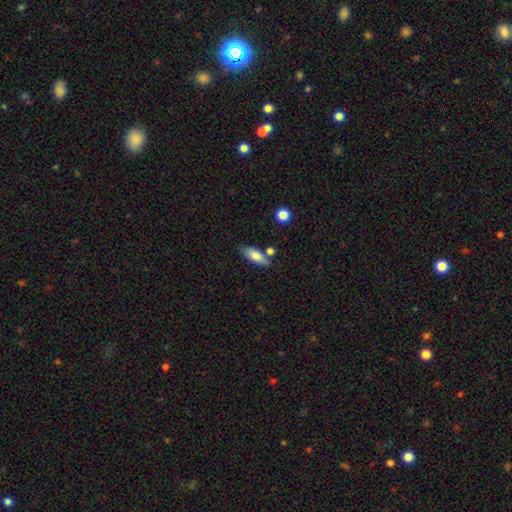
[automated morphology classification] smooth 76%, featured or disk 18%, star or artifact 7%. Down the decision tree: how rounded — in between (69%); merging — none (73%).